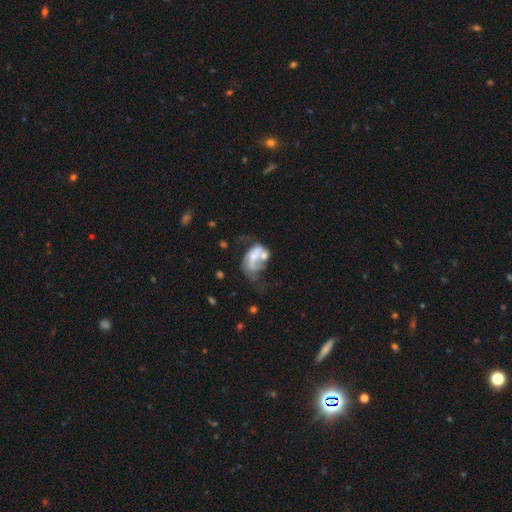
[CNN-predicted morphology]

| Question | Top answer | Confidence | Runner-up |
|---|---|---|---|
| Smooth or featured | featured or disk | 58% | smooth (33%) |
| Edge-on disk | no | 97% | yes (3%) |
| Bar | no | 65% | weak (24%) |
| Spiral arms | no | 55% | yes (45%) |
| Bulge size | small | 39% | moderate (37%) |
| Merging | merger | 35% | major disturbance (32%) |